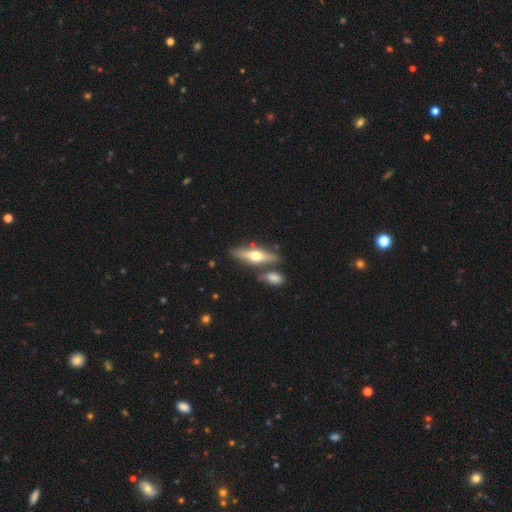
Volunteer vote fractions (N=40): Q: Smooth or featured?
A: featured or disk (55%); runner-up: smooth (38%)
Q: Edge-on disk?
A: yes (91%); runner-up: no (9%)
Q: Edge-on bulge?
A: rounded (95%); runner-up: boxy (5%)
Q: Merging?
A: none (81%); runner-up: merger (11%)